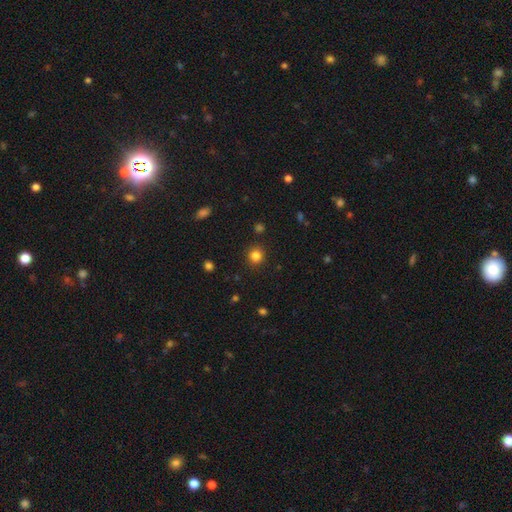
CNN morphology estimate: This appears to be a smooth galaxy with no disk features (82%) that is round (91%). Merging: none (90%).